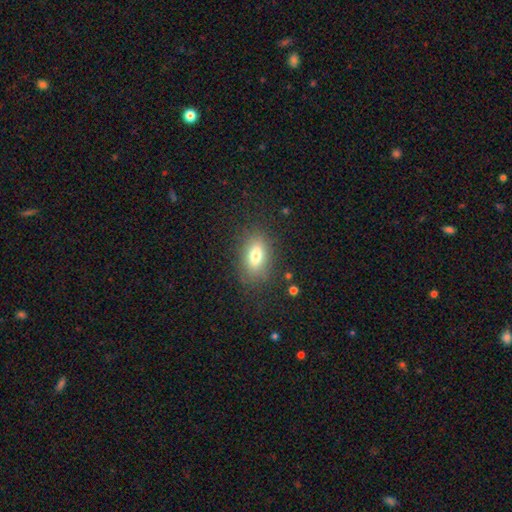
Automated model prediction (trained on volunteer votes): Smooth or featured?
  - smooth: 76% *
  - featured or disk: 14%
  - star or artifact: 10%
How rounded?
  - in between: 84% *
  - round: 10%
  - cigar-shaped: 6%
Merging?
  - none: 82% *
  - minor disturbance: 12%
  - major disturbance: 5%
  - merger: 1%